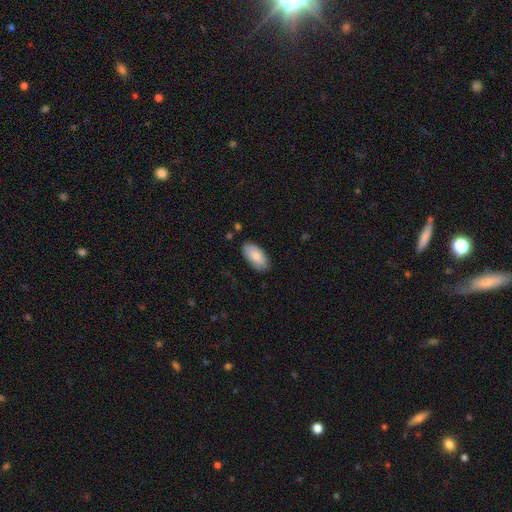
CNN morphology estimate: A smooth galaxy with no disk features (84%) that is in between round and cigar-shaped (94%).

Vote fractions:
- Smooth or featured? smooth: 84% / featured or disk: 10% / star or artifact: 6%
- How rounded? in between: 94% / cigar-shaped: 4% / round: 2%
- Merging? none: 83% / minor disturbance: 13% / major disturbance: 2% / merger: 1%